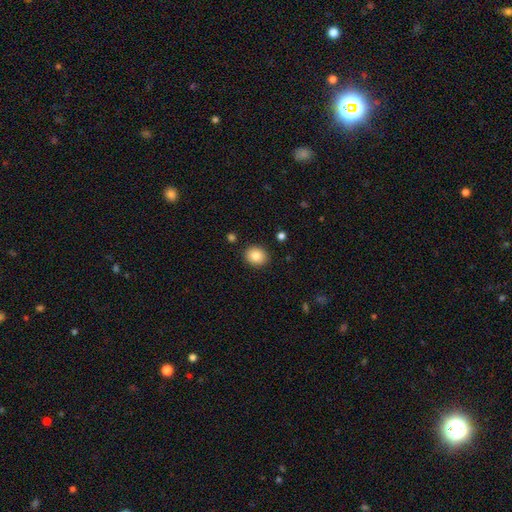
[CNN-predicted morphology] A smooth galaxy with no disk features (85%) that is round (67%).

Vote fractions:
- Smooth or featured? smooth: 85% / star or artifact: 9% / featured or disk: 6%
- How rounded? round: 67% / in between: 32% / cigar-shaped: 1%
- Merging? none: 90% / minor disturbance: 7% / major disturbance: 2% / merger: 2%